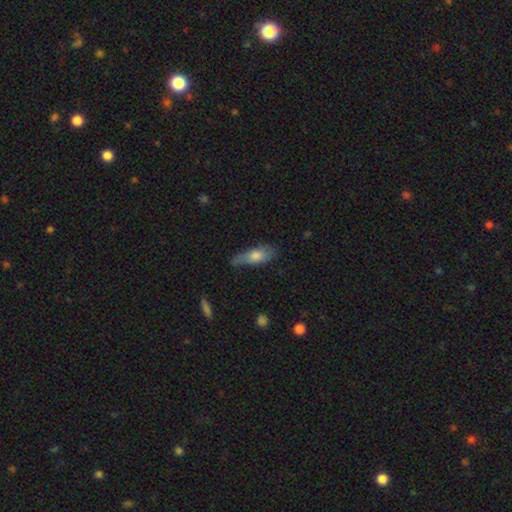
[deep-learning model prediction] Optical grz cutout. It shows a smooth galaxy with no disk features (64%) that is in between round and cigar-shaped (54%). Merging: none (61%).